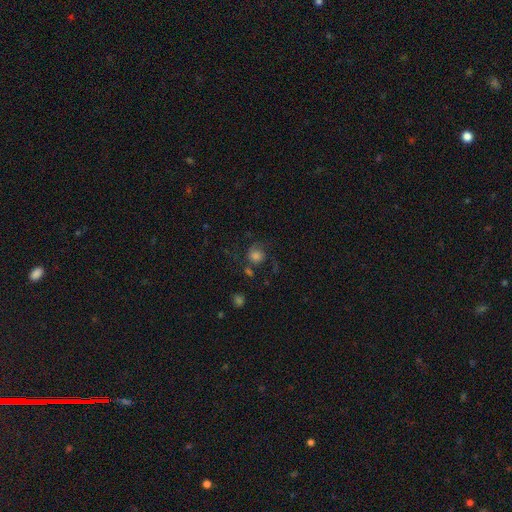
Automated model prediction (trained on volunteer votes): A smooth galaxy with no disk features (64%) that is round (82%). Merging: none (55%).